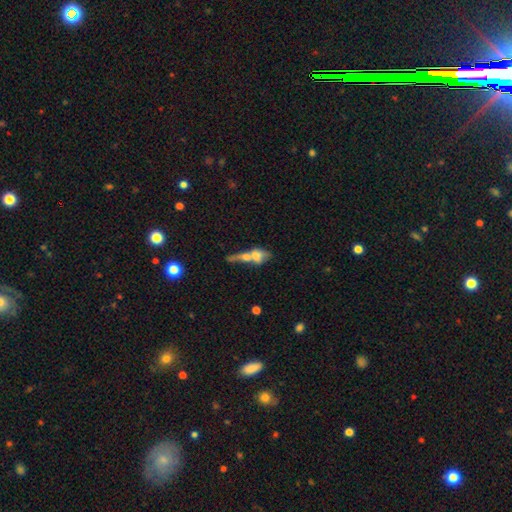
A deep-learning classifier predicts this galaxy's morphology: smooth-or-featured: smooth: 55% | featured or disk: 35% | star or artifact: 10%
  how-rounded: in between: 57% | round: 22% | cigar-shaped: 21%
  merging: merger: 68% | none: 14% | major disturbance: 11% | minor disturbance: 7%